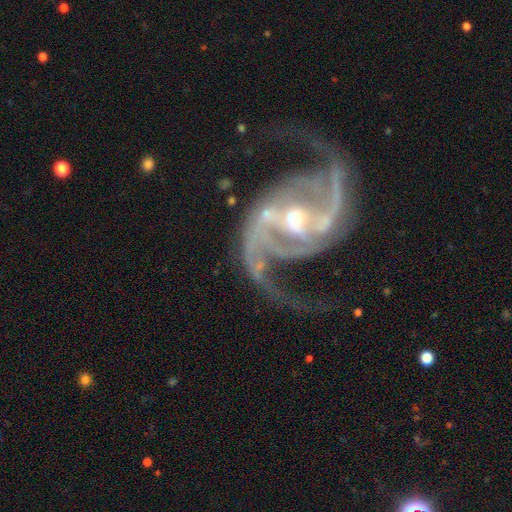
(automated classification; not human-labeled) A featured or disk galaxy (94%) with a strong bar (45%), 2 (89%) medium (53%) spiral arms (99%) and a moderate central bulge (57%).

Vote fractions:
- Smooth or featured? featured or disk: 94% / star or artifact: 5% / smooth: 2%
- Edge-on disk? no: 98% / yes: 2%
- Bar? strong: 45% / weak: 36% / no: 19%
- Spiral arms? yes: 99% / no: 1%
- Spiral winding? medium: 53% / loose: 35% / tight: 12%
- Spiral arm count? 2: 89% / 3: 4% / can't tell: 2% / 4: 2% / 1: 2% / more than 4: 2%
- Bulge size? moderate: 57% / small: 37% / large: 4% / none: 1% / dominant: 1%
- Merging? none: 72% / minor disturbance: 14% / major disturbance: 12% / merger: 2%